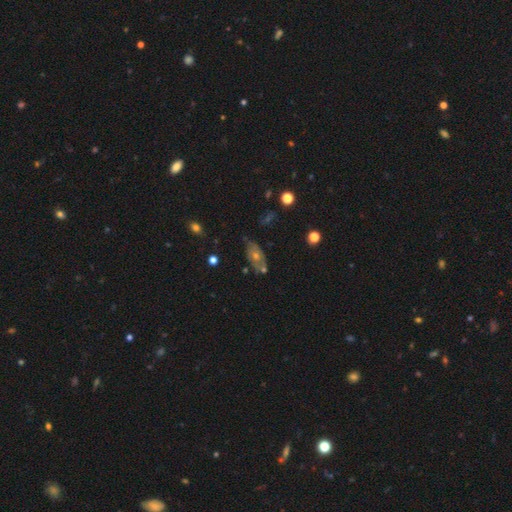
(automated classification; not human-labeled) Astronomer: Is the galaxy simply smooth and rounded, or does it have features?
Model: featured or disk — 50% (runner-up: smooth, 35%).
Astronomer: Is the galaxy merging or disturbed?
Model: none — 62%.